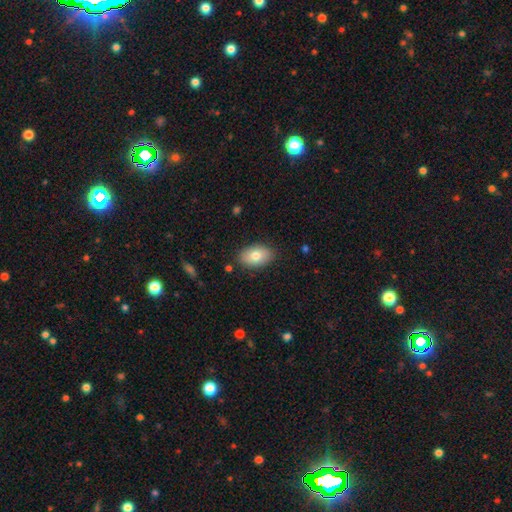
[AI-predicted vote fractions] smooth-or-featured: smooth: 78% | featured or disk: 15% | star or artifact: 7%
  how-rounded: in between: 91% | round: 8% | cigar-shaped: 1%
  merging: none: 86% | minor disturbance: 10% | major disturbance: 2% | merger: 1%